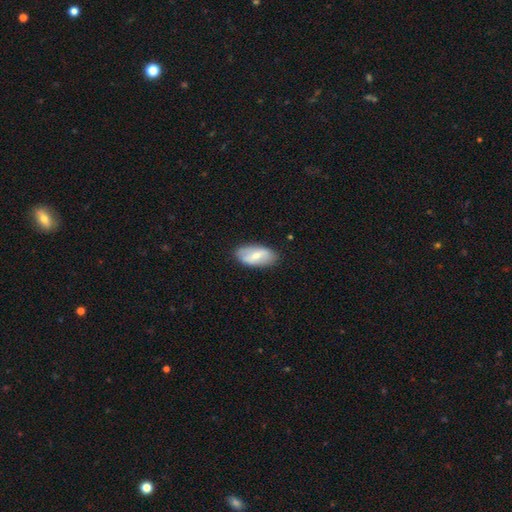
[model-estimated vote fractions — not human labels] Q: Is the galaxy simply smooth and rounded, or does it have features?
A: smooth — 54%.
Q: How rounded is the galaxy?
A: in between — 92%.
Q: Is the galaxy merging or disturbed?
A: none — 83%.